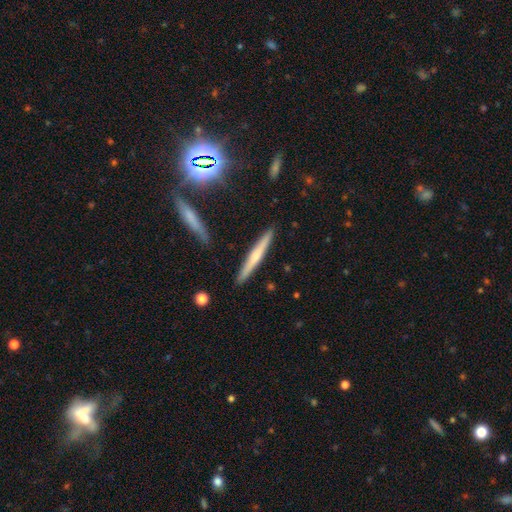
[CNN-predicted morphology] Smooth or featured?
  - featured or disk: 49% *
  - smooth: 44%
  - star or artifact: 7%
Merging?
  - none: 90% *
  - minor disturbance: 7%
  - merger: 2%
  - major disturbance: 1%